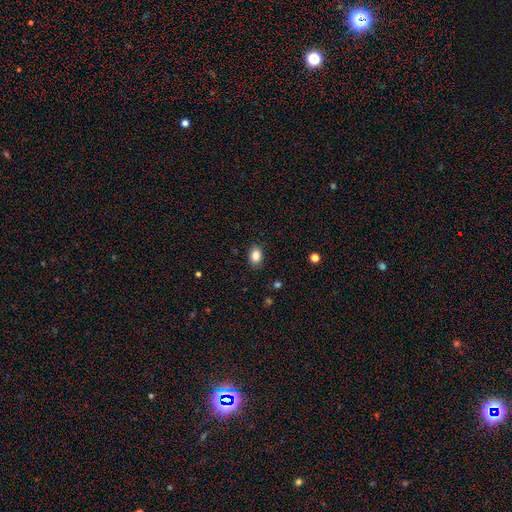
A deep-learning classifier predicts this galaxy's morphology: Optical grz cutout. It shows a smooth galaxy with no disk features (87%) that is in between round and cigar-shaped (79%). Merging: none (86%).